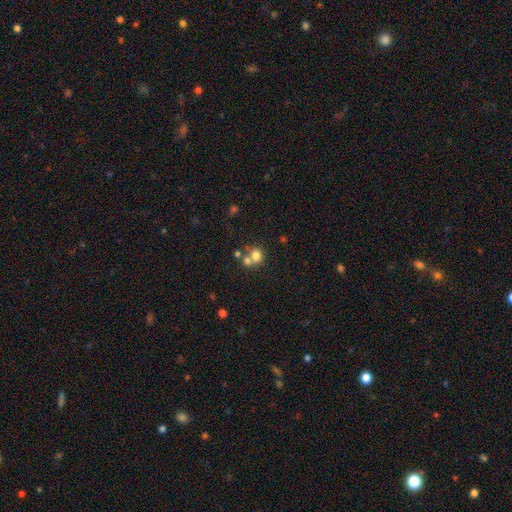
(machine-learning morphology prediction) The model was most divided on "merging": merger: 47%, none: 41%, minor disturbance: 7%, major disturbance: 4%. More confident: how rounded — round (79%); smooth or featured — smooth (73%).